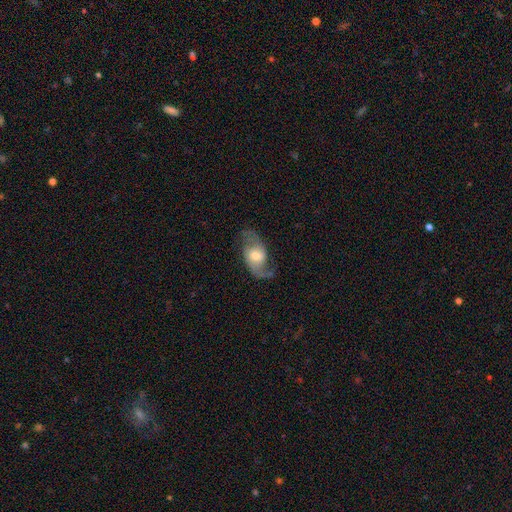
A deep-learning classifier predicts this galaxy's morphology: This appears to be a featured or disk galaxy (77%) with no bar (60%), 2 (90%) loose (59%) spiral arms (91%) and a moderate central bulge (60%). Merging: none (71%).